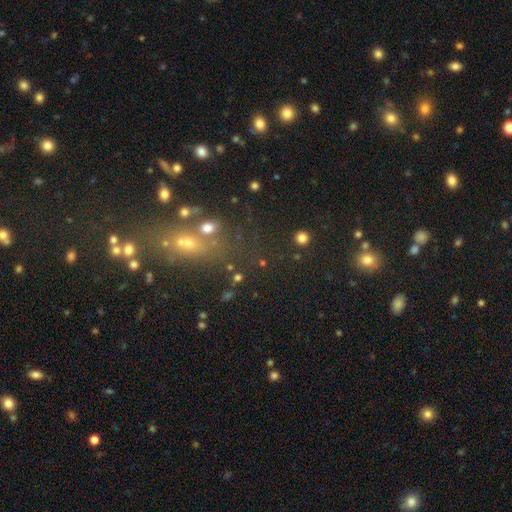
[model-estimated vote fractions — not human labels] A star or artifact, not a galaxy (46%).